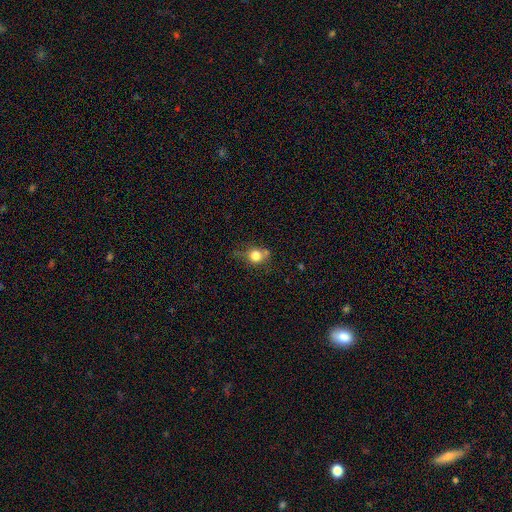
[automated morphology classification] A smooth galaxy with no disk features (77%) that is round (79%). Merging: none (55%).